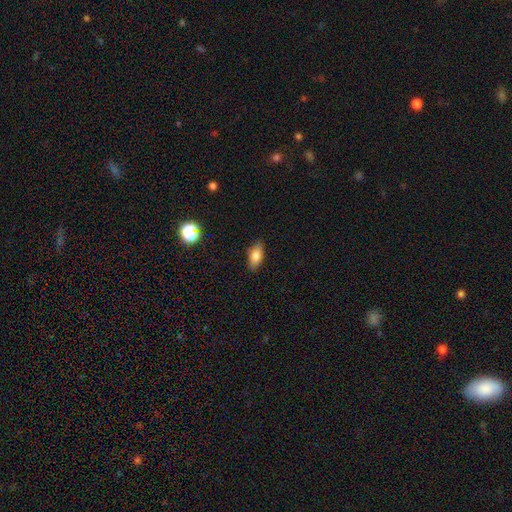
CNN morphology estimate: Smooth or featured? smooth (78%)
How rounded? in between (85%)
Merging? none (85%)